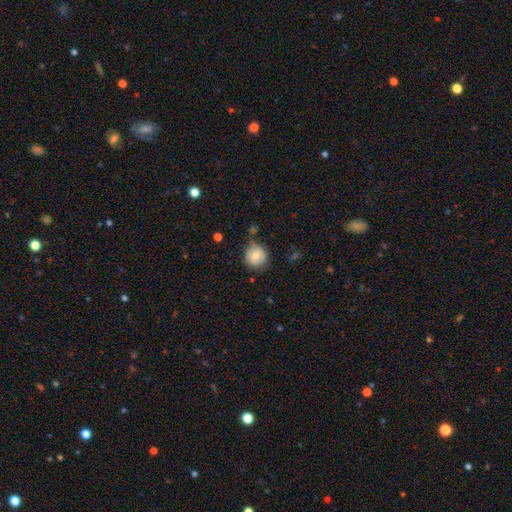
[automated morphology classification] Smooth or featured: smooth — 74% (featured or disk — 17%)
How rounded: round — 92% (in between — 7%)
Merging: none — 70% (minor disturbance — 21%)